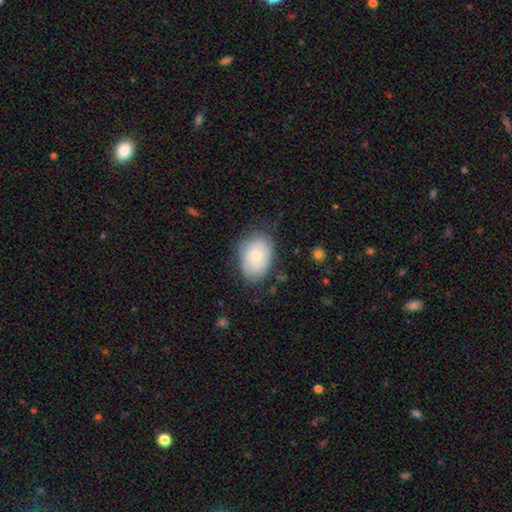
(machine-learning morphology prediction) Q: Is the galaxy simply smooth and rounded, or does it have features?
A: smooth — 72%.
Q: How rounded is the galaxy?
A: in between — 84%.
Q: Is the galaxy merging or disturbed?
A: none — 75%.